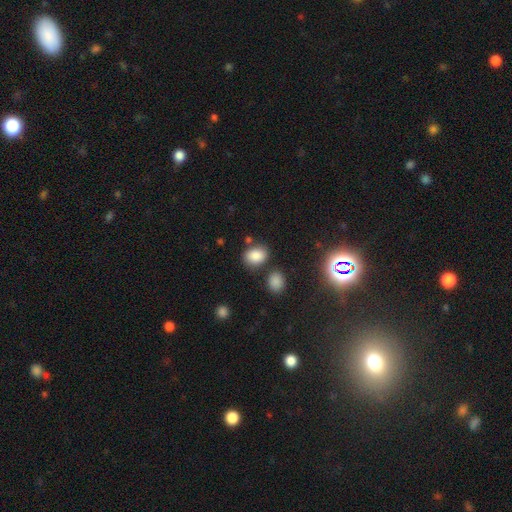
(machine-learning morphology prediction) Smooth or featured? smooth (84%)
How rounded? in between (66%)
Merging? none (73%)